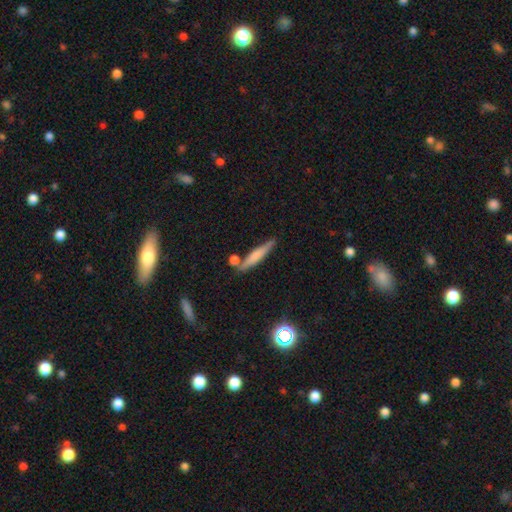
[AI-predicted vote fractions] Smooth or featured? Predicted: smooth (p=0.61). How rounded? Predicted: cigar-shaped (p=0.89). Merging? Predicted: none (p=0.72).